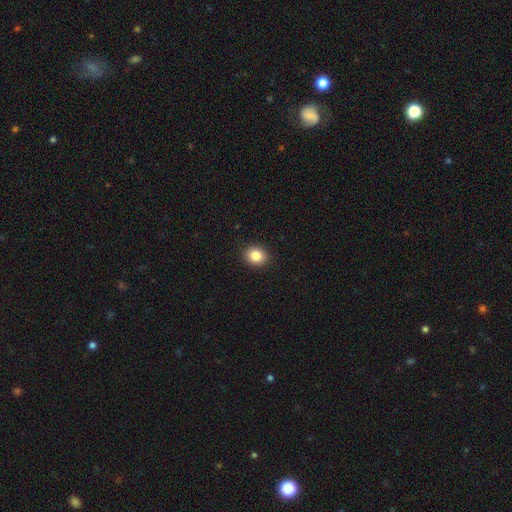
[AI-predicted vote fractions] Smooth or featured?
  - smooth: 84% *
  - star or artifact: 10%
  - featured or disk: 6%
How rounded?
  - round: 61% *
  - in between: 38%
  - cigar-shaped: 1%
Merging?
  - none: 90% *
  - minor disturbance: 7%
  - major disturbance: 2%
  - merger: 1%